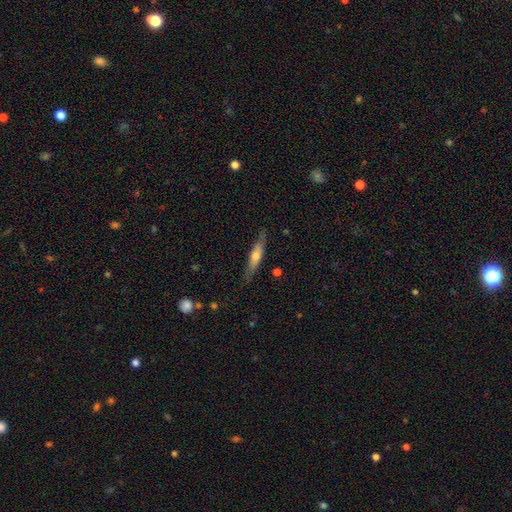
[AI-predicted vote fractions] This appears to be a smooth galaxy with no disk features (47%, tied with featured or disk). Merging: none (83%).